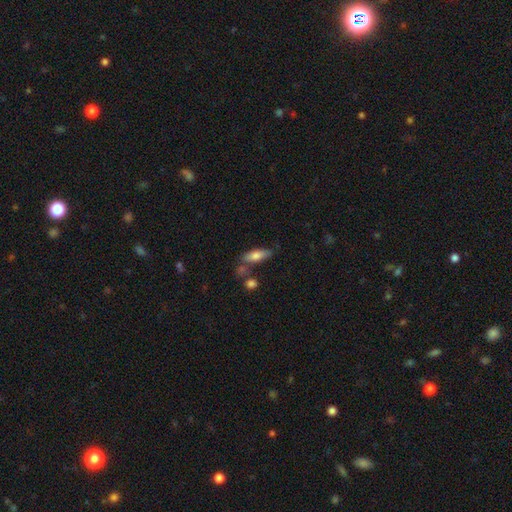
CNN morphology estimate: This appears to be a smooth galaxy with no disk features (74%) that is in between round and cigar-shaped (64%). Merging: none (63%).